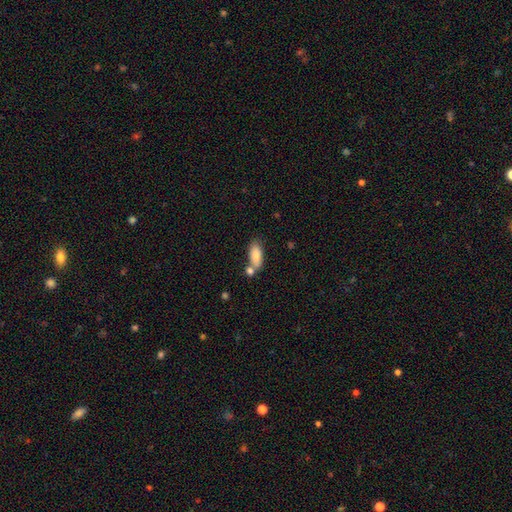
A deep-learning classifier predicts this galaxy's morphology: Smooth or featured? smooth (84%)
How rounded? in between (82%)
Merging? none (50%)